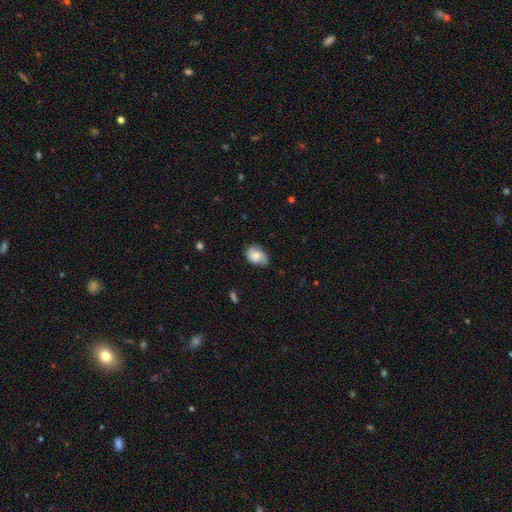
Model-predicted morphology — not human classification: A smooth galaxy with no disk features (55%) that is in between round and cigar-shaped (74%).

Vote fractions:
- Smooth or featured? smooth: 55% / featured or disk: 36% / star or artifact: 8%
- How rounded? in between: 74% / round: 25% / cigar-shaped: 1%
- Merging? none: 58% / minor disturbance: 31% / major disturbance: 8% / merger: 2%